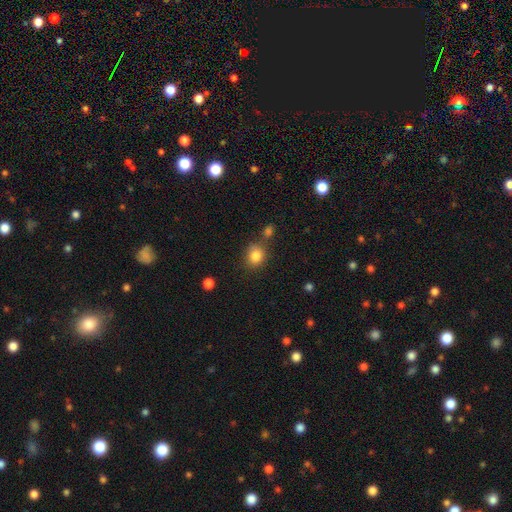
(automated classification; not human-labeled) smooth-or-featured: smooth: 84% | star or artifact: 10% | featured or disk: 5%
  how-rounded: round: 70% | in between: 29% | cigar-shaped: 1%
  merging: none: 70% | minor disturbance: 14% | merger: 11% | major disturbance: 4%